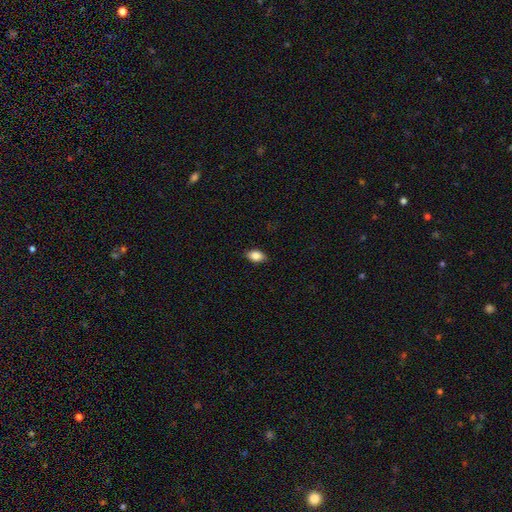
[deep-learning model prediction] smooth_or_featured: smooth (p=0.85) [alt: star or artifact p=0.08]
how_rounded: in between (p=0.88) [alt: round p=0.09]
merging: none (p=0.86) [alt: minor disturbance p=0.11]